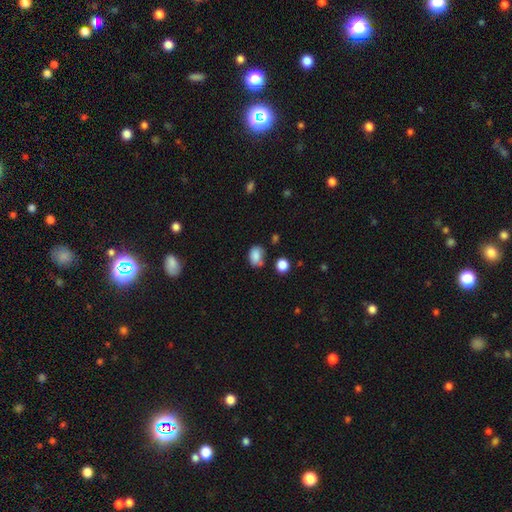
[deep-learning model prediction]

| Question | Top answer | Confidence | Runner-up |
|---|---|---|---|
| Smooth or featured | smooth | 82% | star or artifact (10%) |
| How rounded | in between | 72% | round (27%) |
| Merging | none | 55% | minor disturbance (27%) |